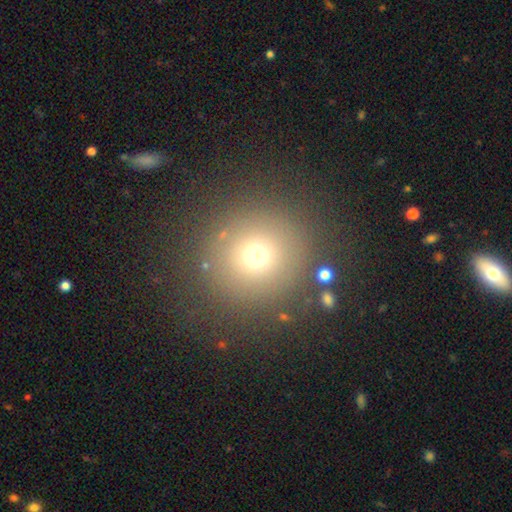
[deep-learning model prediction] Morphology: type=smooth (70%); roundness=round (94%); merging=none (87%).